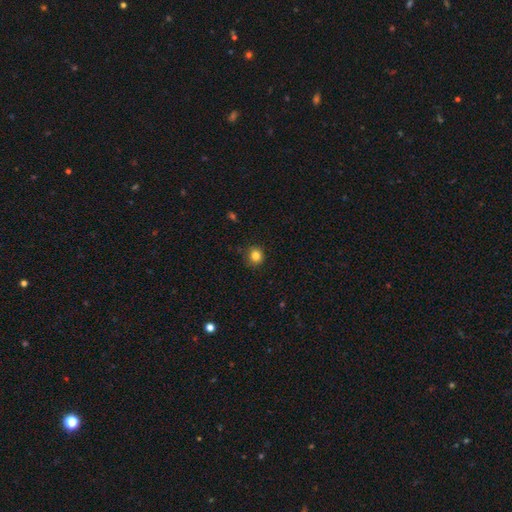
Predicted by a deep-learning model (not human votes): A smooth galaxy with no disk features (83%) that is round (89%).

Vote fractions:
- Smooth or featured? smooth: 83% / star or artifact: 12% / featured or disk: 5%
- How rounded? round: 89% / in between: 10% / cigar-shaped: 1%
- Merging? none: 83% / minor disturbance: 13% / major disturbance: 3% / merger: 1%